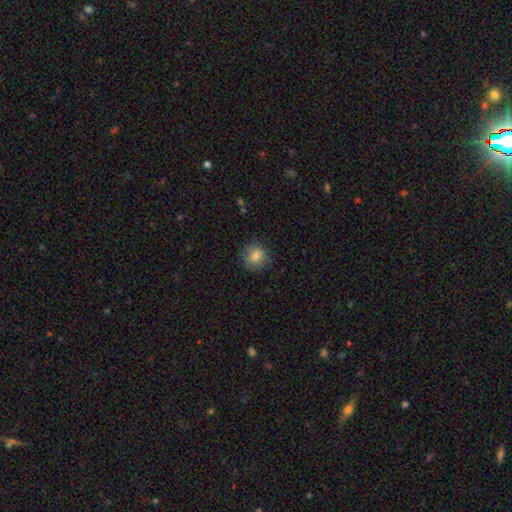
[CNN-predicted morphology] Smooth or featured?
  - smooth: 82% *
  - star or artifact: 10%
  - featured or disk: 9%
How rounded?
  - round: 87% *
  - in between: 12%
  - cigar-shaped: 1%
Merging?
  - none: 84% *
  - minor disturbance: 12%
  - major disturbance: 3%
  - merger: 1%